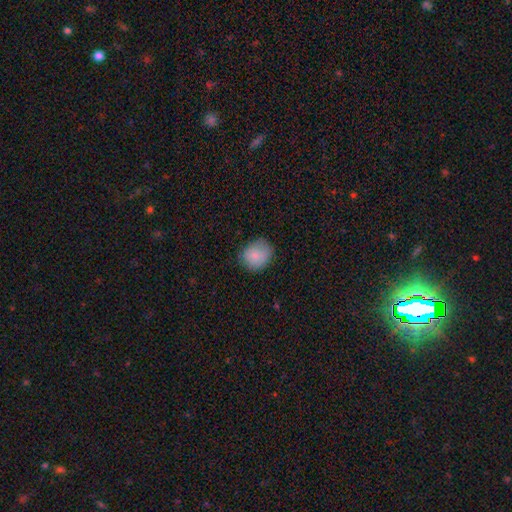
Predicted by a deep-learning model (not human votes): smooth-or-featured: smooth: 84% | star or artifact: 8% | featured or disk: 8%
  how-rounded: round: 66% | in between: 34% | cigar-shaped: 1%
  merging: none: 73% | minor disturbance: 21% | major disturbance: 5% | merger: 1%